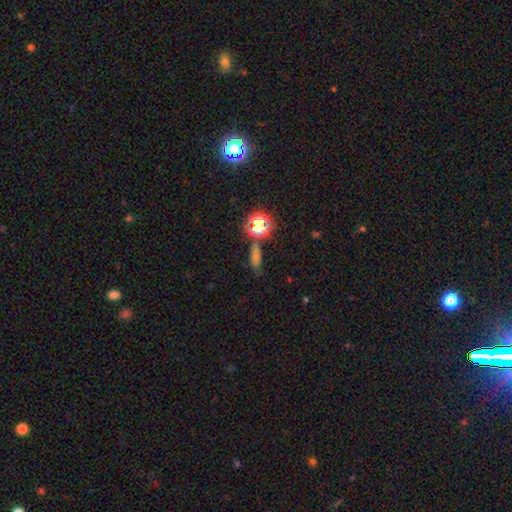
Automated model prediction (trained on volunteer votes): This is marginally a smooth galaxy (44%). Merging: likely none (74%).